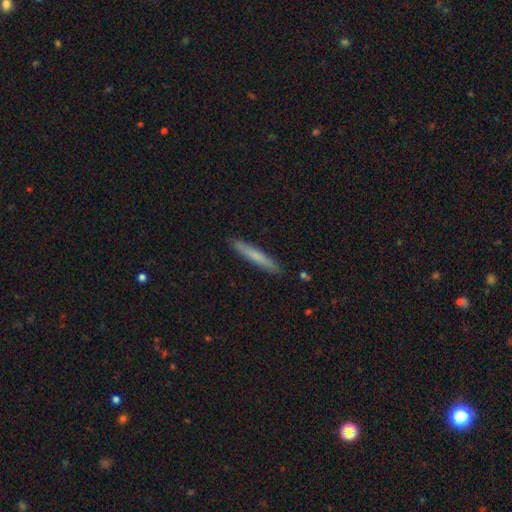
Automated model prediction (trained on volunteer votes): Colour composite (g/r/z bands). It shows a smooth galaxy with no disk features (68%) that is cigar-shaped (95%). Merging: none (91%).